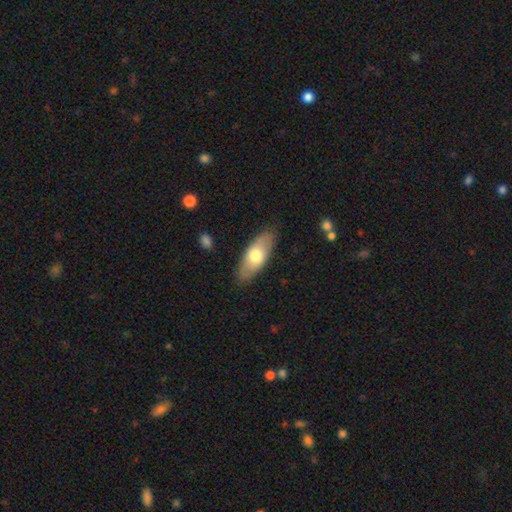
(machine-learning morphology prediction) Smooth or featured? smooth (65%)
How rounded? in between (80%)
Merging? none (85%)